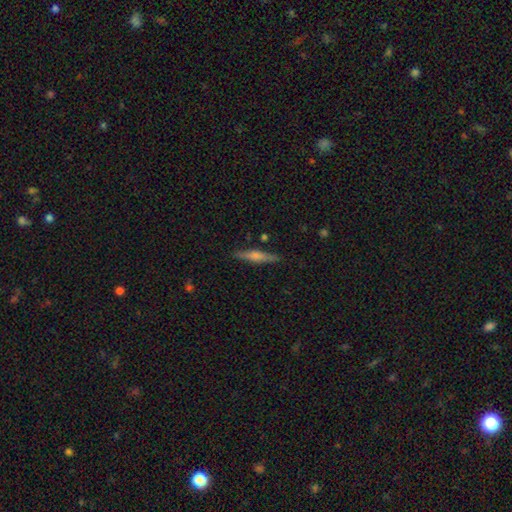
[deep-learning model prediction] smooth-or-featured: featured or disk: 58% | smooth: 36% | star or artifact: 6%
  disk-edge-on: yes: 97% | no: 3%
    edge-on-bulge: rounded: 65% | boxy: 18% | none: 17%
  merging: none: 89% | minor disturbance: 8% | major disturbance: 2% | merger: 2%